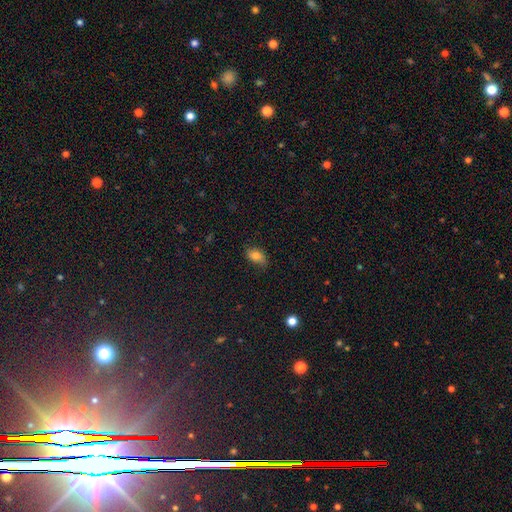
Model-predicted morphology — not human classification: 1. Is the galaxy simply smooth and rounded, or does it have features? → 79% smooth, 11% featured or disk, 10% star or artifact.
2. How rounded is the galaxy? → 89% in between, 9% round, 2% cigar-shaped.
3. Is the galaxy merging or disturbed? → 70% none, 24% minor disturbance, 5% major disturbance, 1% merger.